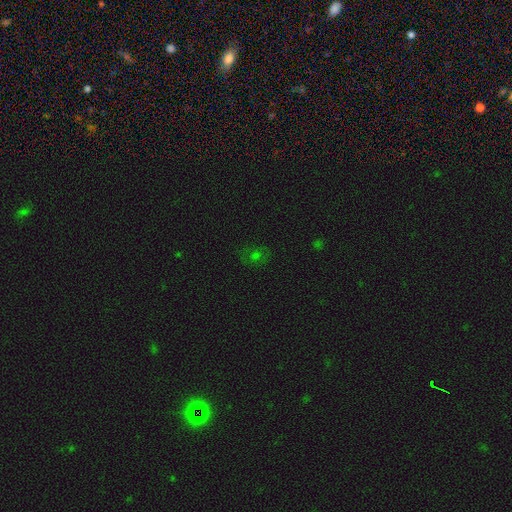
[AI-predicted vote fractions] A smooth galaxy with no disk features (43%). Merging: none (77%).